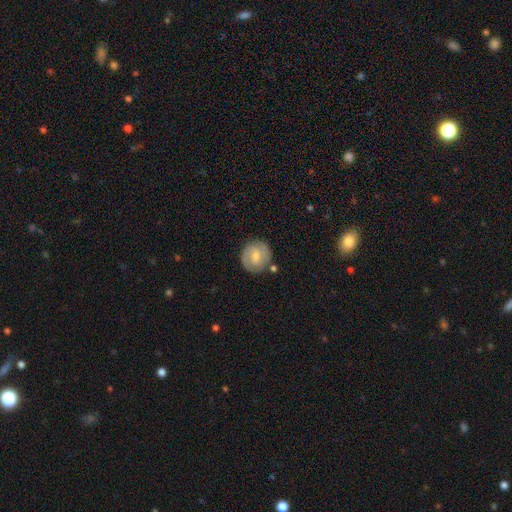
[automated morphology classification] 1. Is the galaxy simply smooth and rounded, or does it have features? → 55% featured or disk, 38% smooth, 6% star or artifact.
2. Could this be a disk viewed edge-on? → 97% no, 3% yes.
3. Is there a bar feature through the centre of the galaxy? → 53% weak, 35% no, 12% strong.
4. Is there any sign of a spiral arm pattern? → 84% yes, 16% no.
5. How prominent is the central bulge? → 47% moderate, 46% small, 3% none, 2% large, 1% dominant.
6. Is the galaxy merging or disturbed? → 80% none, 13% minor disturbance, 4% merger, 3% major disturbance.